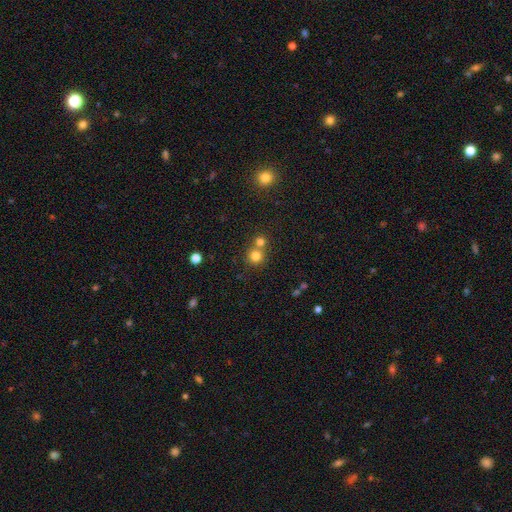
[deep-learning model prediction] Smooth or featured? smooth (78%)
How rounded? round (92%)
Merging? none (57%)